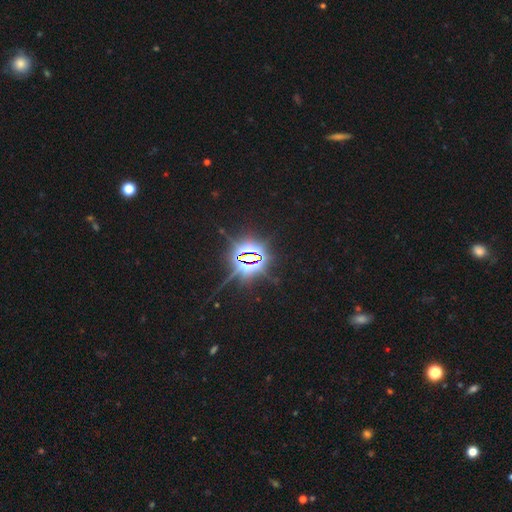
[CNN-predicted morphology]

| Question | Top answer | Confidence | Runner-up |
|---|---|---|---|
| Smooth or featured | star or artifact | 85% | smooth (8%) |